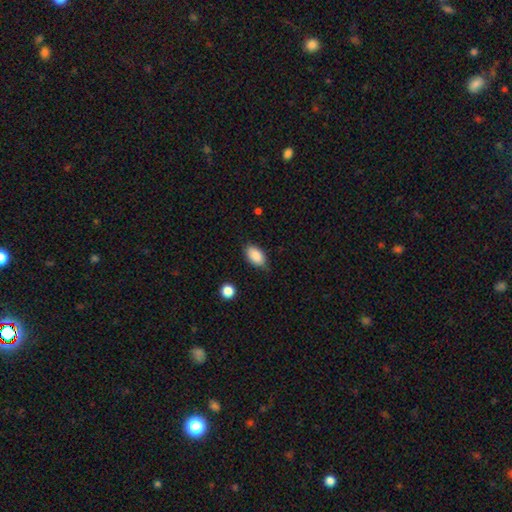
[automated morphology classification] A smooth galaxy with no disk features (89%) that is in between round and cigar-shaped (93%). Merging: none (79%).